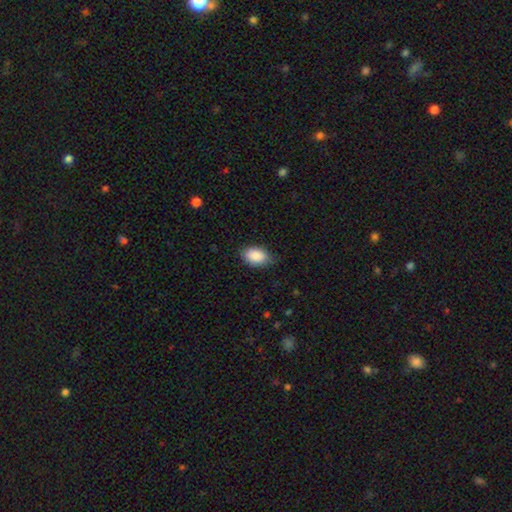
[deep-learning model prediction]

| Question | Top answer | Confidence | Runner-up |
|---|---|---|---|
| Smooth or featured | smooth | 89% | star or artifact (7%) |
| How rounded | in between | 90% | round (9%) |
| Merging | none | 74% | minor disturbance (21%) |